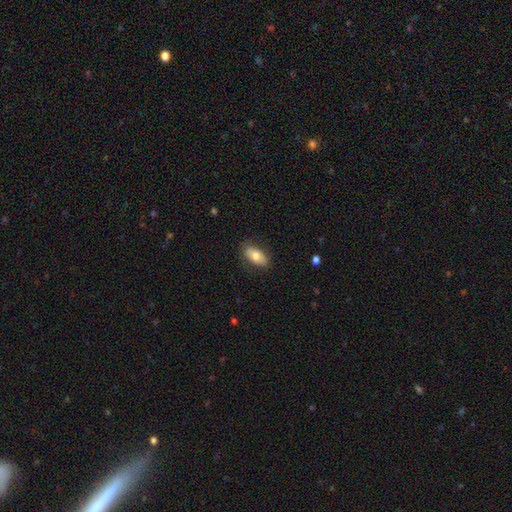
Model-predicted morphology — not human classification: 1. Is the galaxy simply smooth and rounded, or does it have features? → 74% smooth, 20% featured or disk, 6% star or artifact.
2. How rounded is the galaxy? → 90% in between, 6% cigar-shaped, 4% round.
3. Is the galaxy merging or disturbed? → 82% none, 14% minor disturbance, 3% major disturbance, 1% merger.